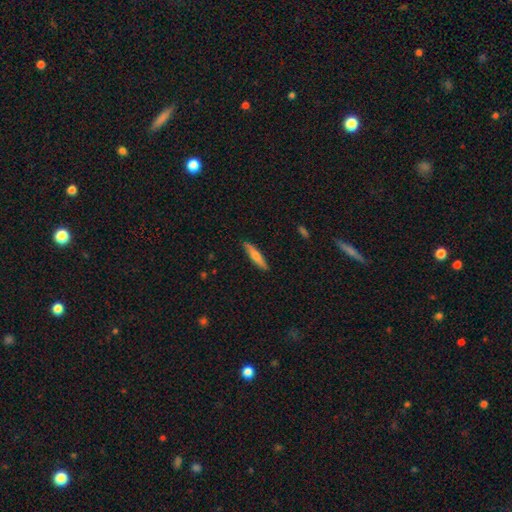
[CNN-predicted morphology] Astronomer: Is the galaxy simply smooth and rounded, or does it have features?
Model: smooth — 56% (runner-up: featured or disk, 38%).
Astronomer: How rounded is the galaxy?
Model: cigar-shaped — 86%.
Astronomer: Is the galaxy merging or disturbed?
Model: none — 90%.